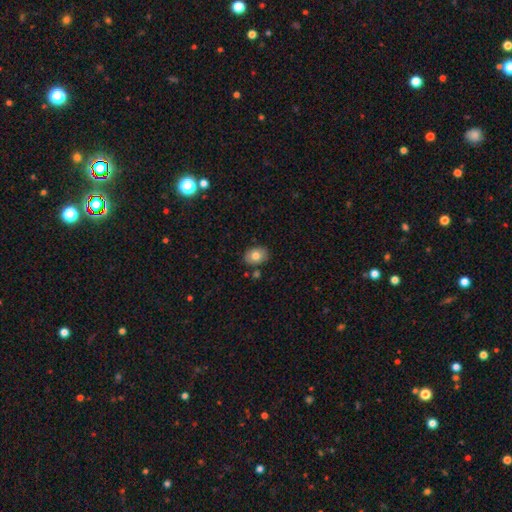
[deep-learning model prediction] A smooth galaxy with no disk features (78%) that is in between round and cigar-shaped (72%). Merging: none (82%).